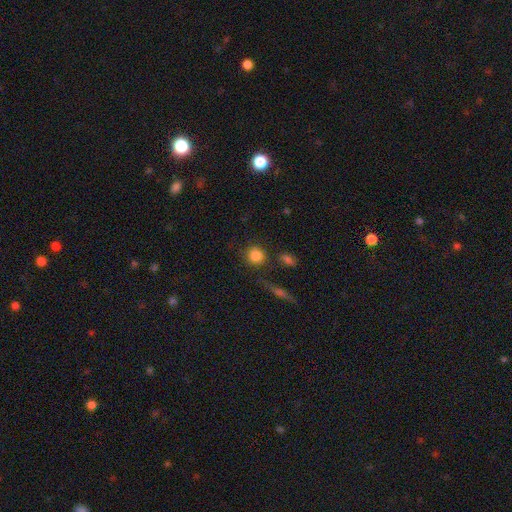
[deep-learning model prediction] The model was most divided on "merging": none: 77%, minor disturbance: 11%, merger: 7%, major disturbance: 4%. More confident: how rounded — round (88%); smooth or featured — smooth (83%).